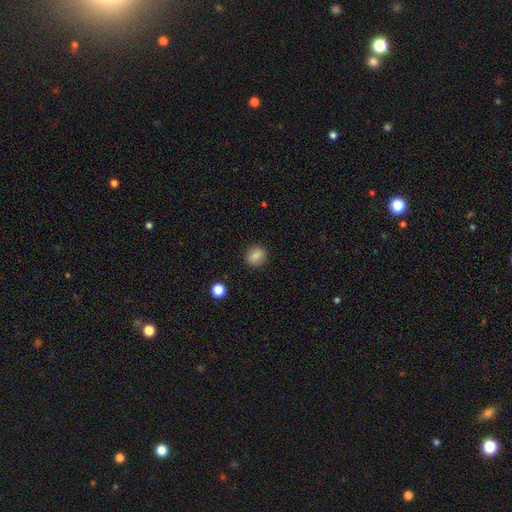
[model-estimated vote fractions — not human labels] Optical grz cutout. It shows a smooth galaxy with no disk features (85%) that is round (64%). Merging: none (88%).